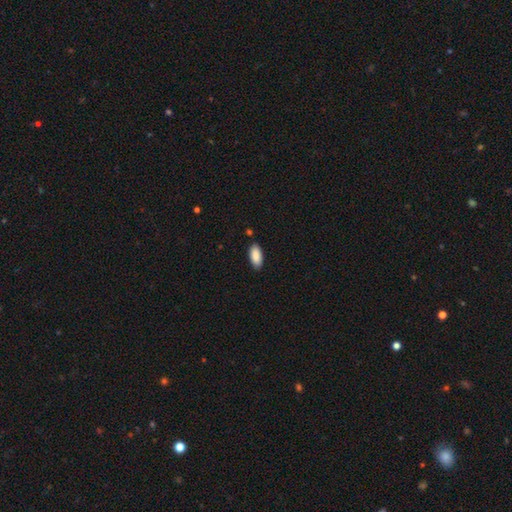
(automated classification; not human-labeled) Smooth or featured?
  - smooth: 89% *
  - star or artifact: 6%
  - featured or disk: 5%
How rounded?
  - in between: 90% *
  - cigar-shaped: 8%
  - round: 2%
Merging?
  - none: 87% *
  - minor disturbance: 10%
  - major disturbance: 2%
  - merger: 2%